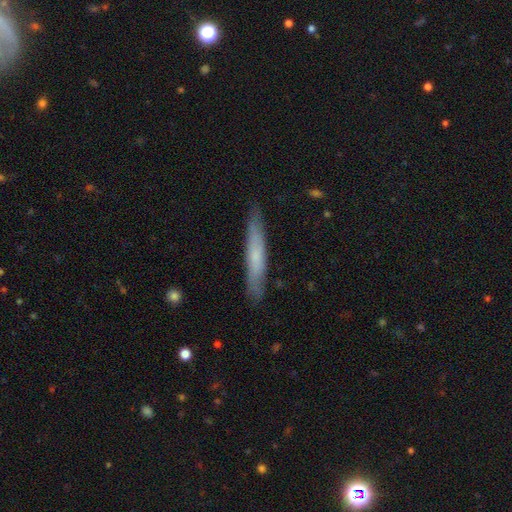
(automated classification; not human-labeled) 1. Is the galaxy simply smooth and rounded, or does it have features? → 58% smooth, 36% featured or disk, 6% star or artifact.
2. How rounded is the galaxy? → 94% cigar-shaped, 5% in between, 1% round.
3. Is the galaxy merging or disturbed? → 86% none, 11% minor disturbance, 2% major disturbance, 1% merger.